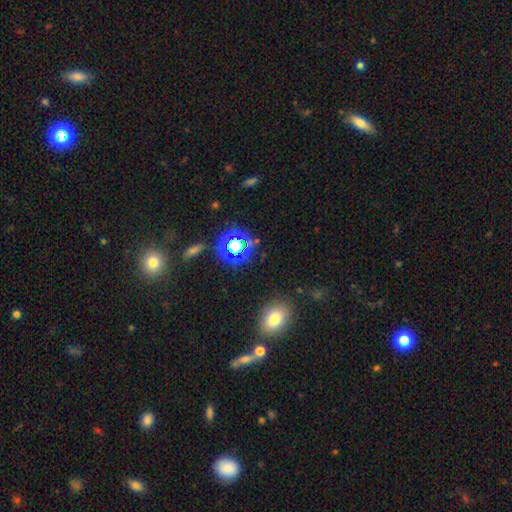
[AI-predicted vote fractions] Q: Smooth or featured?
A: smooth (54%); runner-up: star or artifact (38%)
Q: How rounded?
A: round (68%); runner-up: in between (29%)
Q: Merging?
A: none (78%); runner-up: minor disturbance (10%)